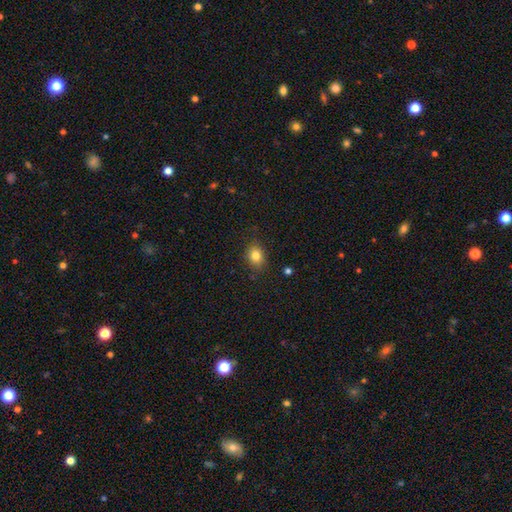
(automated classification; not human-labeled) A smooth galaxy with no disk features (82%) that is in between round and cigar-shaped (52%).

Vote fractions:
- Smooth or featured? smooth: 82% / star or artifact: 11% / featured or disk: 7%
- How rounded? in between: 52% / round: 47% / cigar-shaped: 1%
- Merging? none: 84% / minor disturbance: 12% / major disturbance: 3% / merger: 1%